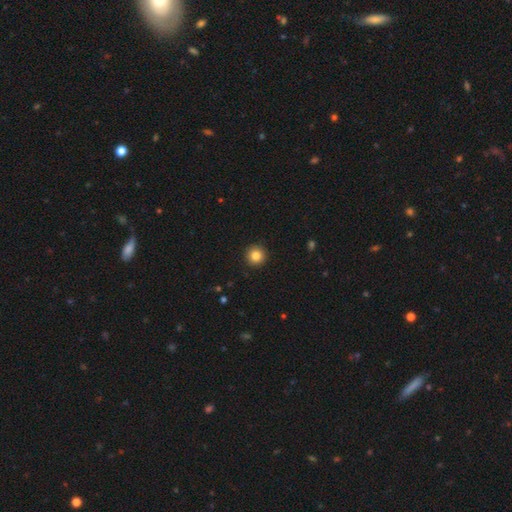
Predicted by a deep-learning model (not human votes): The model was most divided on "smooth or featured": smooth: 85%, star or artifact: 10%, featured or disk: 5%. More confident: how rounded — round (96%); merging — none (93%).